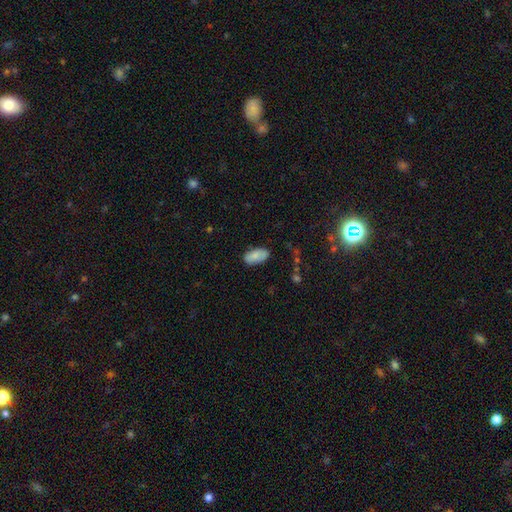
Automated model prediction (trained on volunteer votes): Morphology: type=smooth (80%); roundness=in between (94%); merging=none (79%).